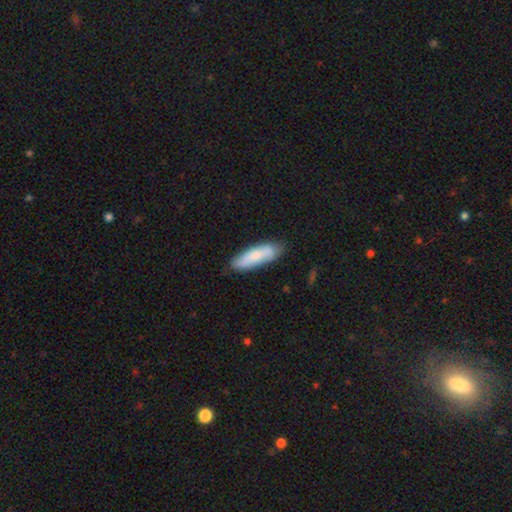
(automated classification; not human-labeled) This is likely a smooth galaxy (72%). How rounded: possibly cigar-shaped (51%). Merging: likely none (75%).